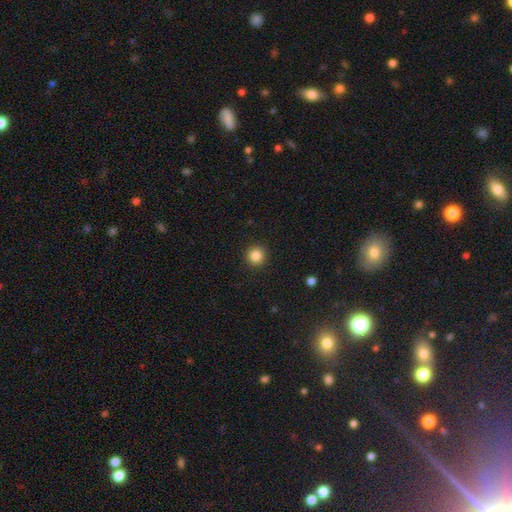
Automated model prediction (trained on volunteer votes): This appears to be a smooth galaxy with no disk features (85%) that is round (95%). Merging: none (93%).